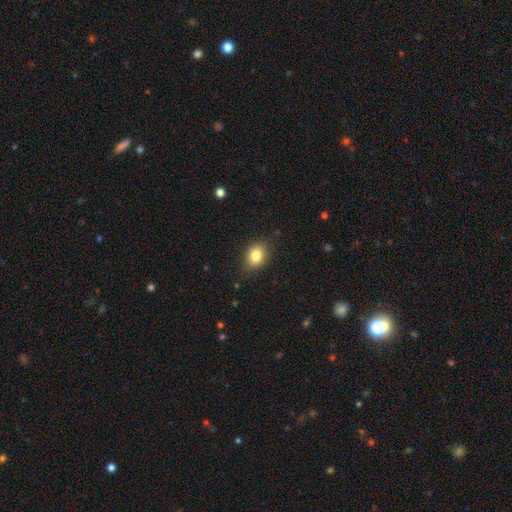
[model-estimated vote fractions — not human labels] This is clearly a smooth galaxy (82%). How rounded: likely in between (66%). Merging: clearly none (82%).